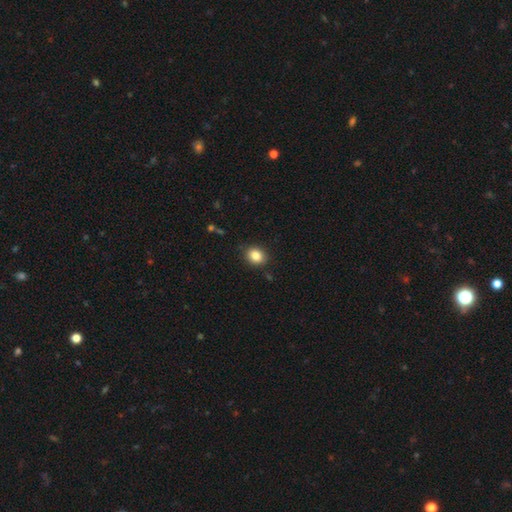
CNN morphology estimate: smooth-or-featured: smooth: 84% | star or artifact: 10% | featured or disk: 6%
  how-rounded: round: 58% | in between: 41% | cigar-shaped: 1%
  merging: none: 87% | minor disturbance: 9% | major disturbance: 2% | merger: 1%